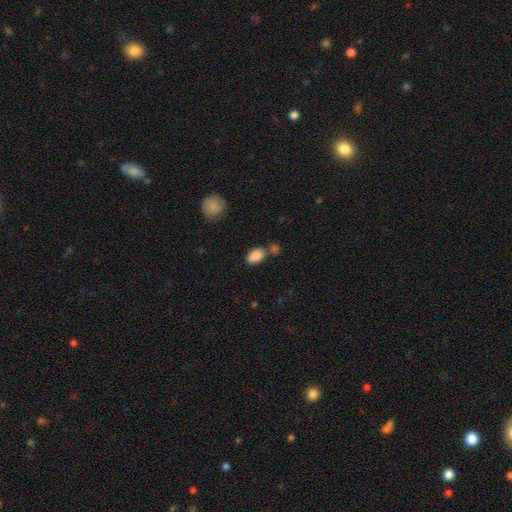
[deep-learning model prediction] smooth_or_featured: smooth (p=0.87) [alt: star or artifact p=0.08]
how_rounded: in between (p=0.91) [alt: round p=0.08]
merging: none (p=0.62) [alt: merger p=0.20]